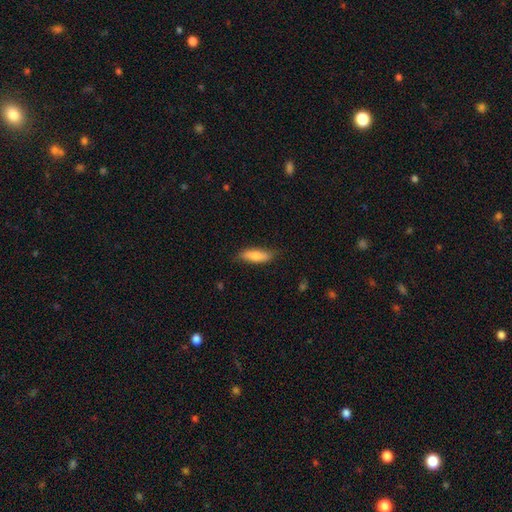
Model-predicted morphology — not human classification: Overall: smooth (77%). How rounded: in between (54%; cigar-shaped 44%). Merging: none (77%).